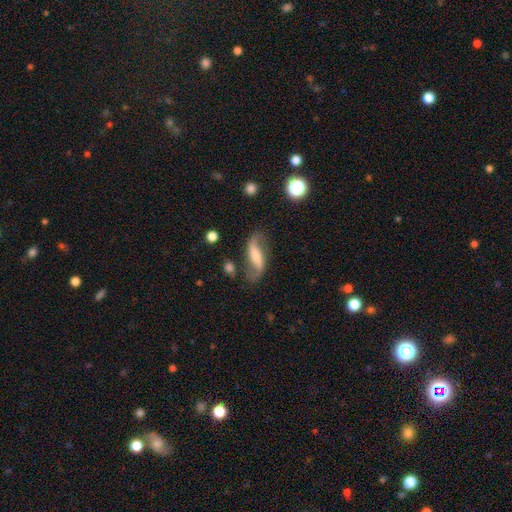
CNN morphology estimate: smooth-or-featured: featured or disk: 75% | smooth: 18% | star or artifact: 8%
  disk-edge-on: no: 90% | yes: 10%
    bar: strong: 43% | weak: 34% | no: 23%
    has-spiral-arms: yes: 92% | no: 8%
      spiral-winding: loose: 80% | medium: 15% | tight: 5%
      spiral-arm-count: 2: 91% | can't tell: 3% | 1: 3% | 3: 1% | 4: 1% | more than 4: 1%
    bulge-size: moderate: 34% | small: 32% | none: 20% | large: 11% | dominant: 3%
  merging: none: 69% | minor disturbance: 18% | major disturbance: 9% | merger: 4%